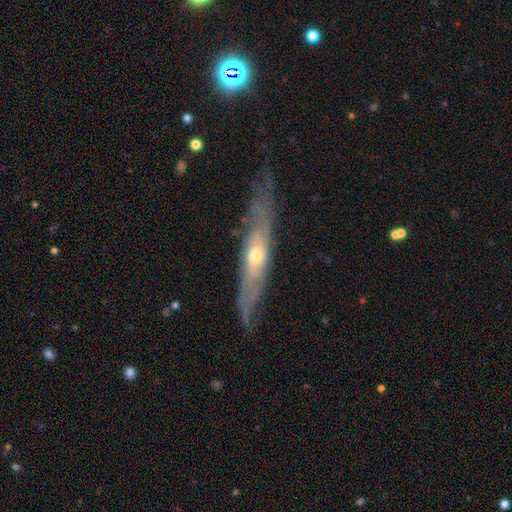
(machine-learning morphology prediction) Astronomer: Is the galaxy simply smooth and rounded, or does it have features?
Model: featured or disk — 77%.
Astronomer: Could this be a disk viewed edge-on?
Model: no — 51% (runner-up: yes, 49%).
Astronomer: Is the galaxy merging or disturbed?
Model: none — 63%.